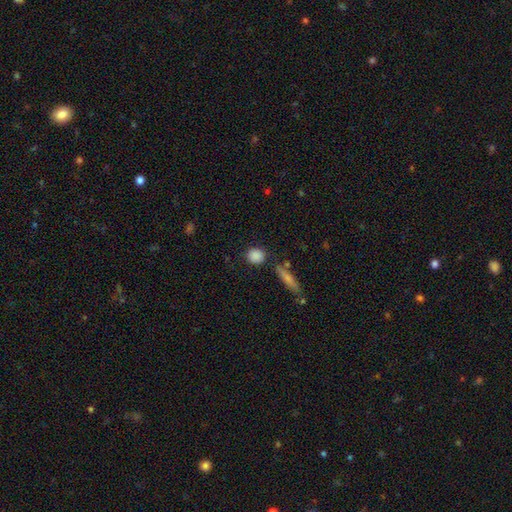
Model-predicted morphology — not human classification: A smooth galaxy with no disk features (87%) that is round (77%).

Vote fractions:
- Smooth or featured? smooth: 87% / star or artifact: 8% / featured or disk: 5%
- How rounded? round: 77% / in between: 19% / cigar-shaped: 4%
- Merging? none: 83% / minor disturbance: 9% / merger: 5% / major disturbance: 3%